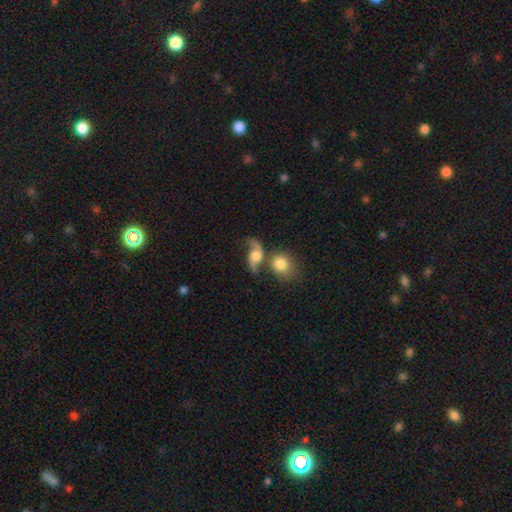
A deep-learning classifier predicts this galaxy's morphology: type=featured or disk (71%); edge-on=no (95%); bar=no (62%); spiral arms=yes (92%); winding=loose (81%); arm count=2 (89%); bulge=moderate (46%); merging=none (39%).